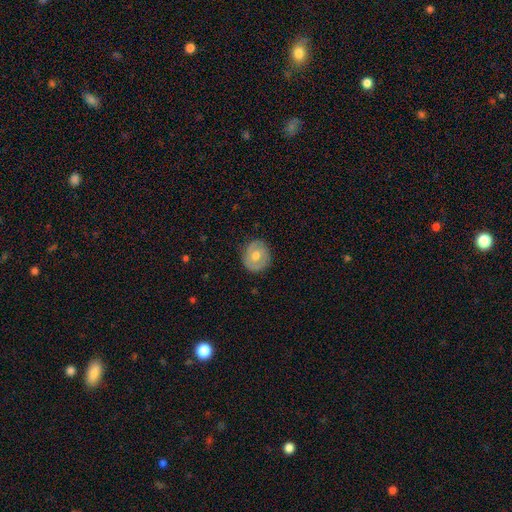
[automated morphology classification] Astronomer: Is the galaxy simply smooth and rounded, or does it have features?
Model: featured or disk — 51% (runner-up: smooth, 42%).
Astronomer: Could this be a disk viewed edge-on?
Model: no — 96%.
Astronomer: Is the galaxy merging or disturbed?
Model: none — 84%.